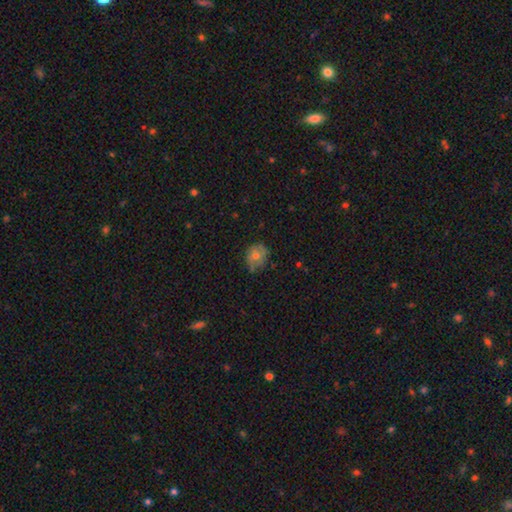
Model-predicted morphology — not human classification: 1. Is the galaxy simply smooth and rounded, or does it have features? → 63% smooth, 27% featured or disk, 9% star or artifact.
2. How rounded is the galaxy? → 66% round, 33% in between, 1% cigar-shaped.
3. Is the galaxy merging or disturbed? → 59% none, 30% minor disturbance, 8% major disturbance, 2% merger.